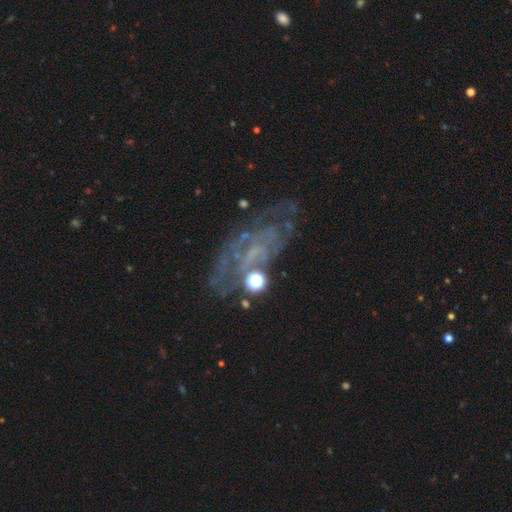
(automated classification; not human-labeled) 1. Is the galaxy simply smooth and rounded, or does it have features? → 68% featured or disk, 17% star or artifact, 15% smooth.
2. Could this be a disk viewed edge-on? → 92% no, 8% yes.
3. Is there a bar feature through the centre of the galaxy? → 63% no, 28% weak, 10% strong.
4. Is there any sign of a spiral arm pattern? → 71% yes, 29% no.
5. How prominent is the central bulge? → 46% small, 35% none, 15% moderate, 3% large, 2% dominant.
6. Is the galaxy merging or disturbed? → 61% none, 18% minor disturbance, 16% major disturbance, 5% merger.